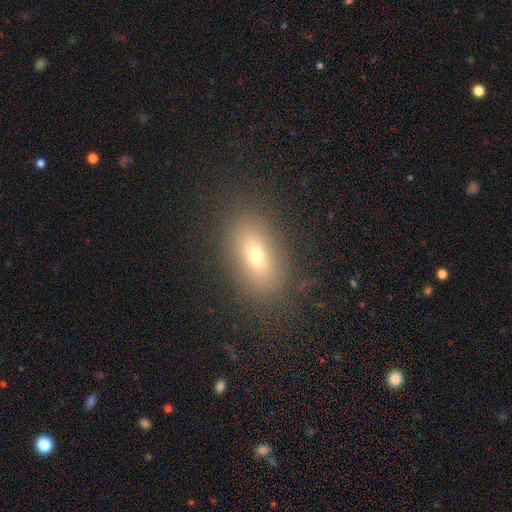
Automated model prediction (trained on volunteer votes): Smooth or featured? smooth (66%)
How rounded? in between (80%)
Merging? none (85%)